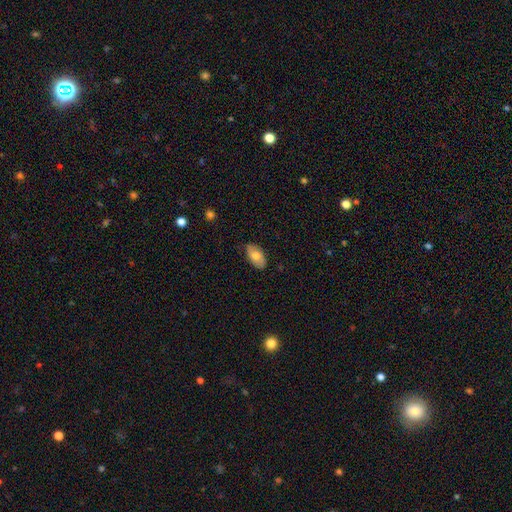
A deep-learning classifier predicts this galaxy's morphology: This appears to be a smooth galaxy with no disk features (71%) that is in between round and cigar-shaped (94%). Merging: none (80%).